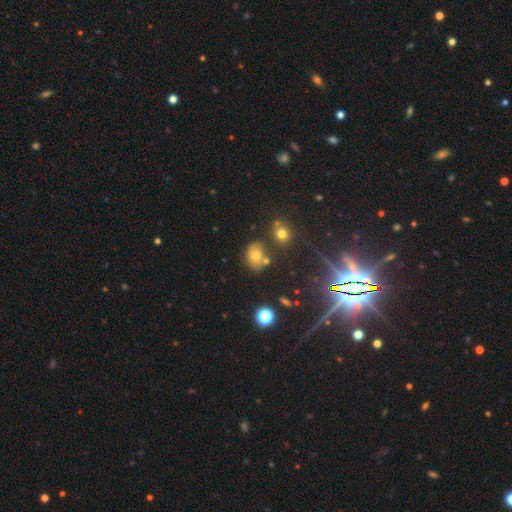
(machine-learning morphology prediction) Smooth or featured? Predicted: smooth (p=0.57). How rounded? Predicted: in between (p=0.62). Merging? Predicted: none (p=0.66).